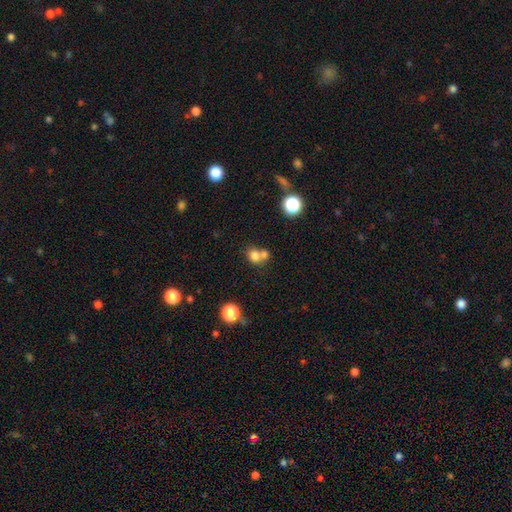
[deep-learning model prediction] Smooth or featured? smooth (75%)
How rounded? round (70%)
Merging? merger (52%)